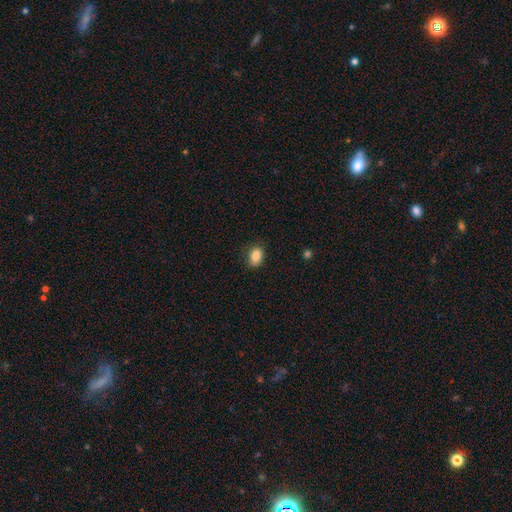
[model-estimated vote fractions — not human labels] A smooth galaxy with no disk features (87%) that is in between round and cigar-shaped (80%). Merging: none (82%).